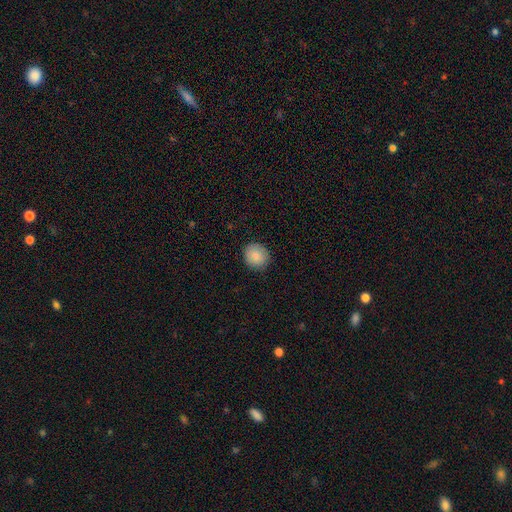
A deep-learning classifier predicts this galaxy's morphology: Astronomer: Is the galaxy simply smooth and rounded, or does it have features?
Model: smooth — 86%.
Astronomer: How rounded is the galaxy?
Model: round — 83%.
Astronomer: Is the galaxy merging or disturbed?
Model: none — 88%.